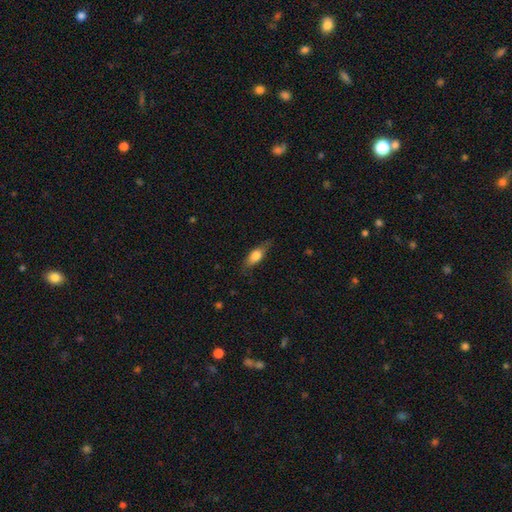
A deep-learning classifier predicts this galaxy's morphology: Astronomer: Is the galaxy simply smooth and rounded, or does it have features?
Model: smooth — 71%.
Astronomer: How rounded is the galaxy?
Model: in between — 70%.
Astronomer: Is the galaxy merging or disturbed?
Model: none — 73%.